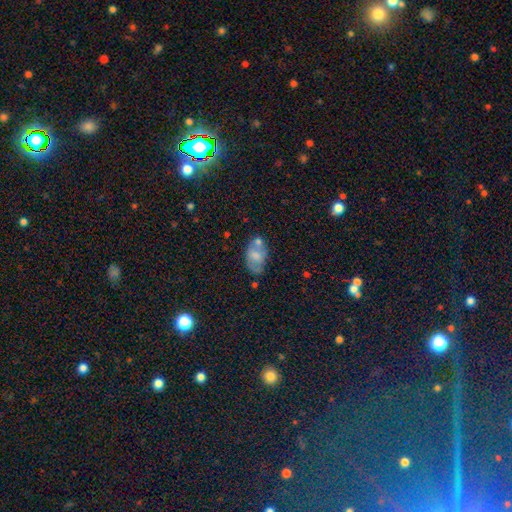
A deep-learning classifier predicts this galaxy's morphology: smooth 56%, featured or disk 35%, star or artifact 9%. Down the decision tree: how rounded — in between (90%); merging — none (47%).